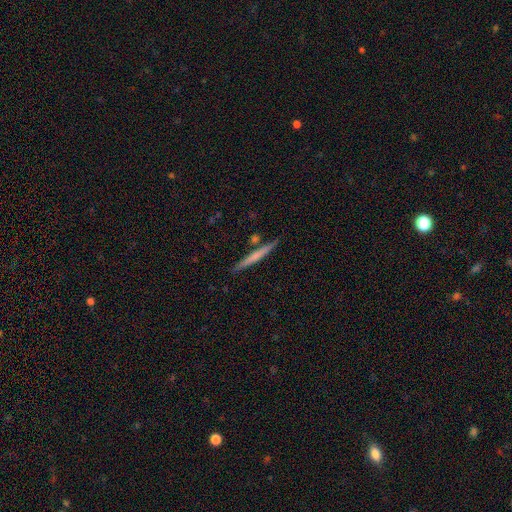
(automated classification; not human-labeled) This is possibly a smooth galaxy (51%). How rounded: clearly cigar-shaped (96%). Merging: clearly none (86%).